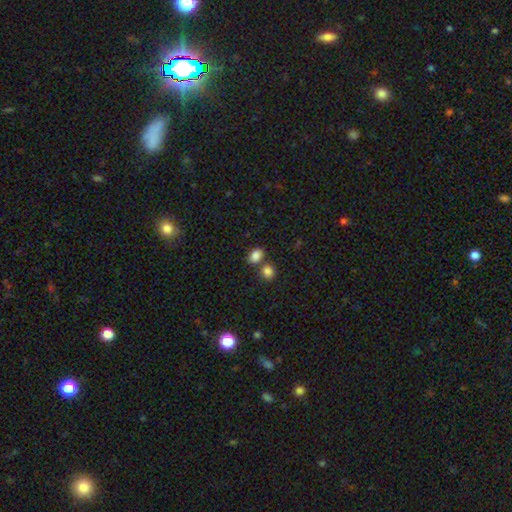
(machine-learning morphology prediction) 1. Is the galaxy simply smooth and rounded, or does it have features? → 85% smooth, 10% star or artifact, 5% featured or disk.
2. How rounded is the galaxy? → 67% in between, 31% round, 1% cigar-shaped.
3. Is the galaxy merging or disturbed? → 59% none, 28% merger, 10% minor disturbance, 3% major disturbance.